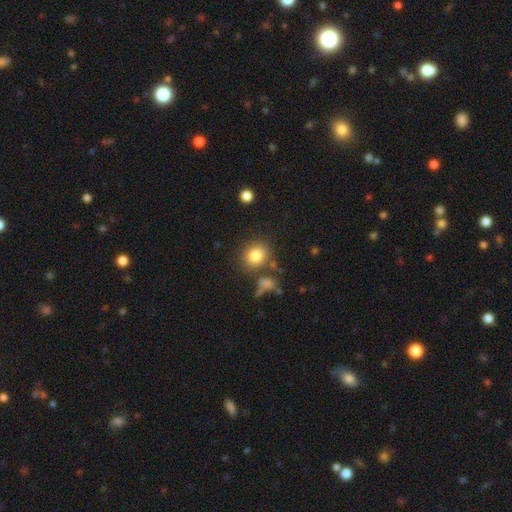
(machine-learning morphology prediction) A smooth galaxy with no disk features (82%) that is round (77%).

Vote fractions:
- Smooth or featured? smooth: 82% / star or artifact: 10% / featured or disk: 8%
- How rounded? round: 77% / in between: 22% / cigar-shaped: 1%
- Merging? none: 75% / minor disturbance: 11% / merger: 9% / major disturbance: 4%